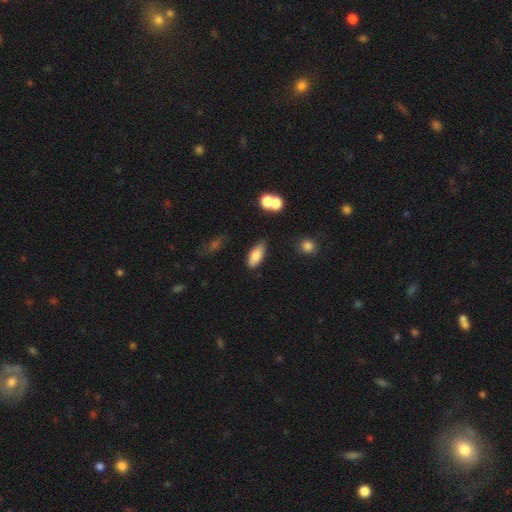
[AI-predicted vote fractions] Overall: smooth (81%). How rounded: in between (82%). Merging: none (73%).